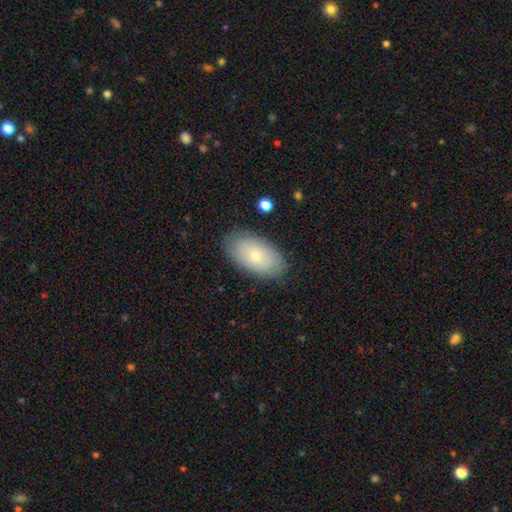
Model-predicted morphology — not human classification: Overall: smooth (67%). How rounded: in between (94%). Merging: none (83%).